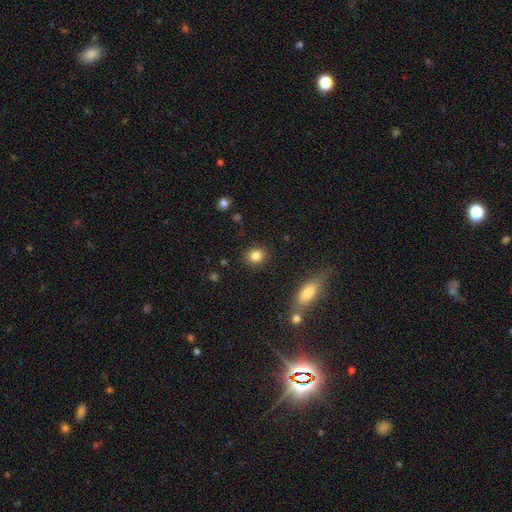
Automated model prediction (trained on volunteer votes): Smooth or featured: smooth — 85% (star or artifact — 10%)
How rounded: round — 80% (in between — 19%)
Merging: none — 89% (minor disturbance — 7%)